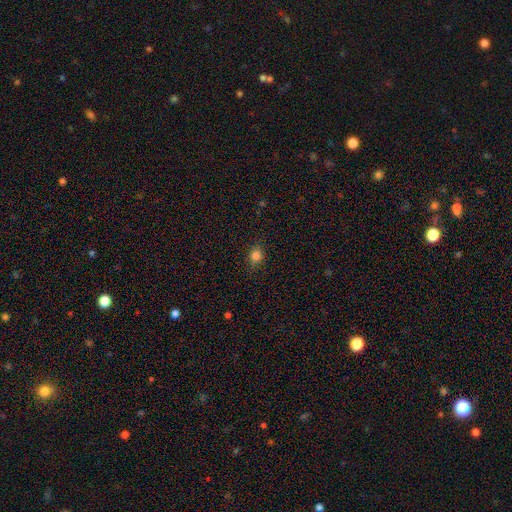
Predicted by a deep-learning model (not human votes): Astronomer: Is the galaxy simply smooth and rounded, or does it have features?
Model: smooth — 82%.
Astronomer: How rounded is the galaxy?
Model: round — 66%.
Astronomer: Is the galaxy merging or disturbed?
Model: none — 83%.